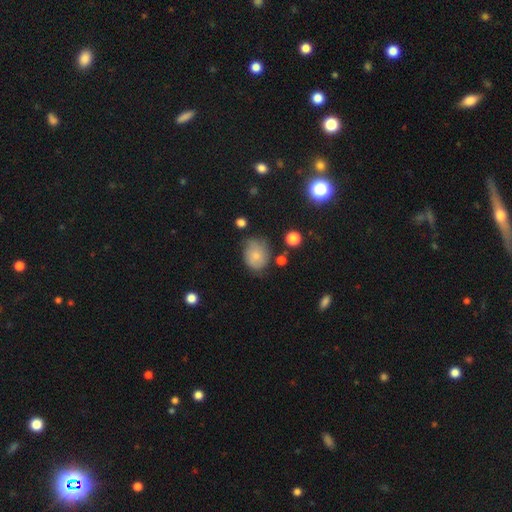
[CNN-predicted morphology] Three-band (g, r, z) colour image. It shows a smooth galaxy with no disk features (62%) that is round (56%). Merging: none (55%).